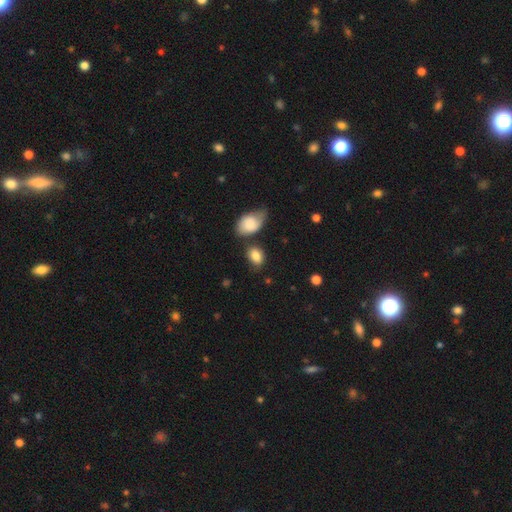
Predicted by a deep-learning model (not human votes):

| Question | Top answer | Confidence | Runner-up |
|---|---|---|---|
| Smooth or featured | smooth | 84% | featured or disk (8%) |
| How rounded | in between | 76% | round (22%) |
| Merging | none | 59% | minor disturbance (21%) |